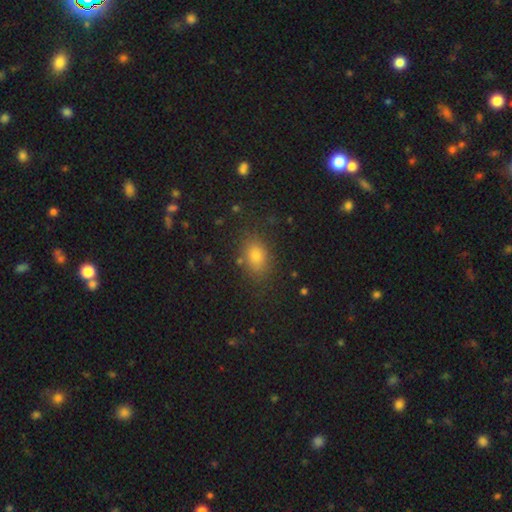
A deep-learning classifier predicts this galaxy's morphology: smooth 79%, star or artifact 13%, featured or disk 8%. Down the decision tree: how rounded — in between (78%); merging — none (81%).